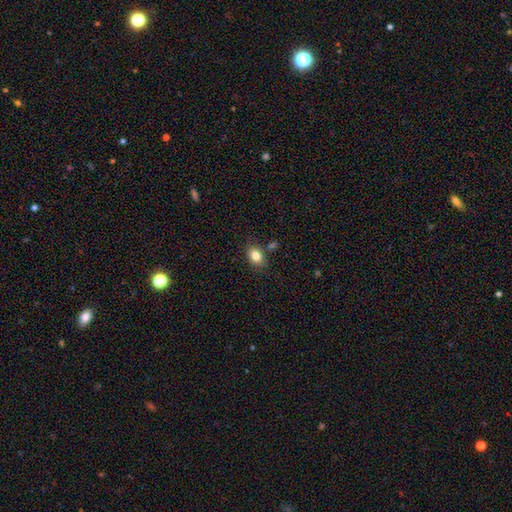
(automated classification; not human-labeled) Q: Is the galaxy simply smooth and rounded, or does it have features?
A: smooth — 83%.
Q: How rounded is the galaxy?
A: in between — 73%.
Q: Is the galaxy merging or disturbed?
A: none — 78%.